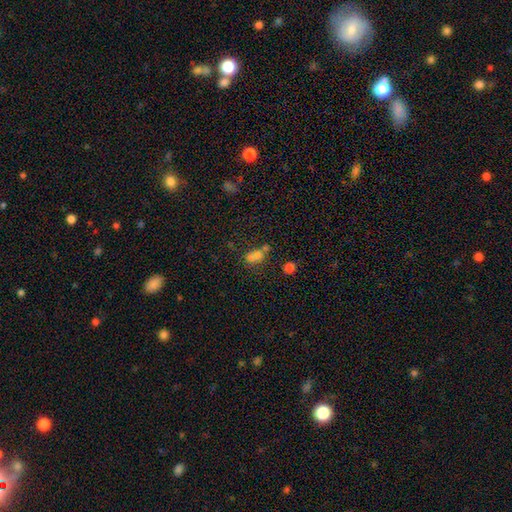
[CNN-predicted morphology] smooth 66%, star or artifact 19%, featured or disk 16%. Down the decision tree: how rounded — in between (69%); merging — merger (41%).